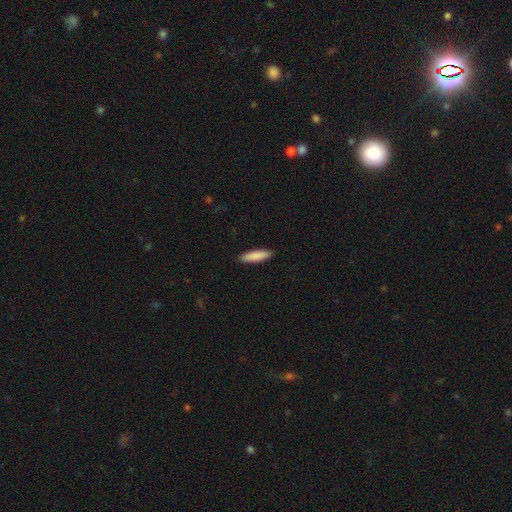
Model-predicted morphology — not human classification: The model was most divided on "how rounded": cigar-shaped: 72%, in between: 27%, round: 1%. More confident: merging — none (91%); smooth or featured — smooth (87%).